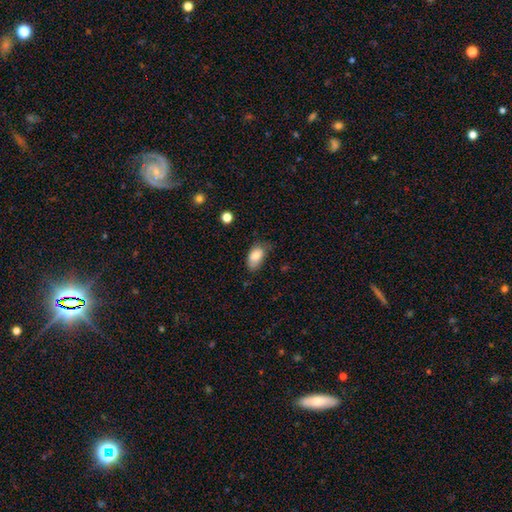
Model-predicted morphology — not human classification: Smooth or featured? smooth (81%)
How rounded? in between (93%)
Merging? none (58%)